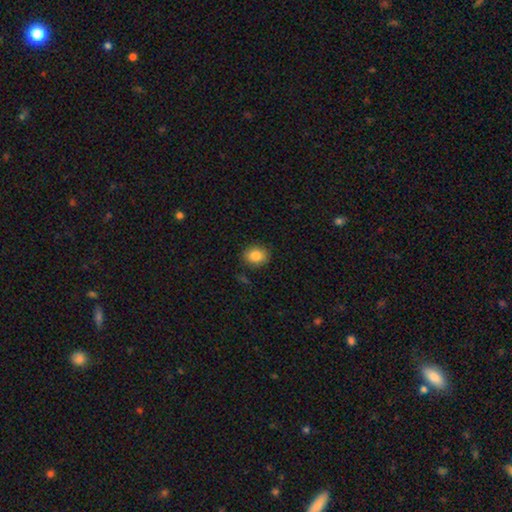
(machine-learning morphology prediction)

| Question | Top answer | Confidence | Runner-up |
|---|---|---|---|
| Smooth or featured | smooth | 84% | star or artifact (9%) |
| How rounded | round | 52% | in between (47%) |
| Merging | none | 85% | minor disturbance (11%) |